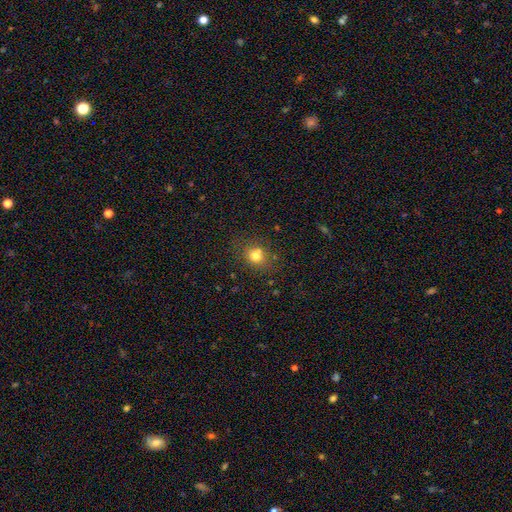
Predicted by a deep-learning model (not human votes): Morphology: type=smooth (74%); roundness=round (74%); merging=none (70%).